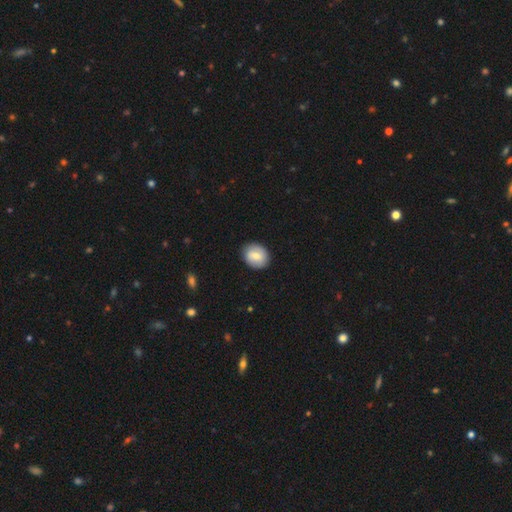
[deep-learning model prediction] A smooth galaxy with no disk features (69%) that is round (59%).

Vote fractions:
- Smooth or featured? smooth: 69% / featured or disk: 24% / star or artifact: 7%
- How rounded? round: 59% / in between: 40% / cigar-shaped: 1%
- Merging? none: 86% / minor disturbance: 10% / major disturbance: 2% / merger: 1%